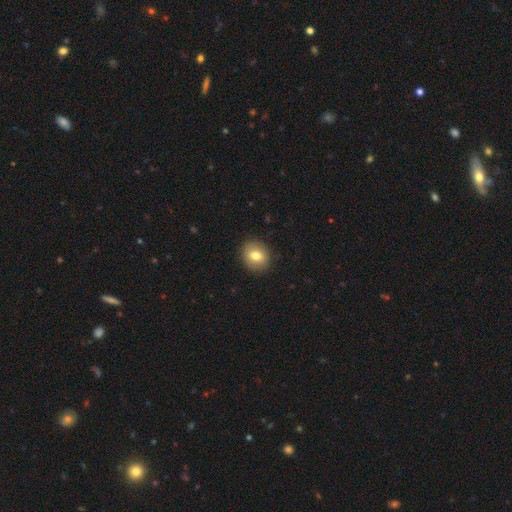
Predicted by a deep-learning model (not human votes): A smooth galaxy with no disk features (76%) that is round (67%).

Vote fractions:
- Smooth or featured? smooth: 76% / featured or disk: 15% / star or artifact: 9%
- How rounded? round: 67% / in between: 32% / cigar-shaped: 1%
- Merging? none: 89% / minor disturbance: 8% / major disturbance: 2% / merger: 1%